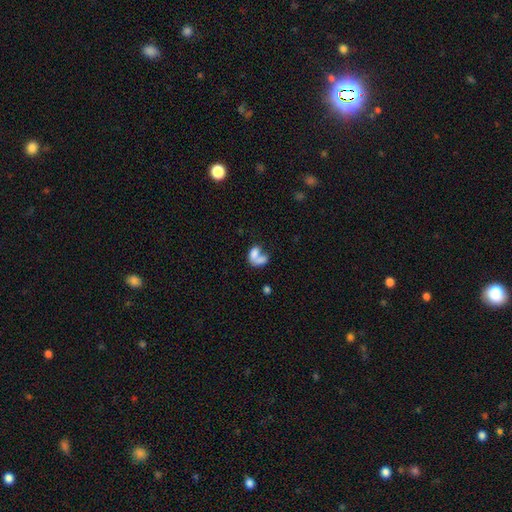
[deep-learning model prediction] smooth-or-featured: smooth: 66% | featured or disk: 24% | star or artifact: 10%
  how-rounded: in between: 79% | round: 18% | cigar-shaped: 3%
  merging: merger: 60% | none: 18% | major disturbance: 14% | minor disturbance: 8%